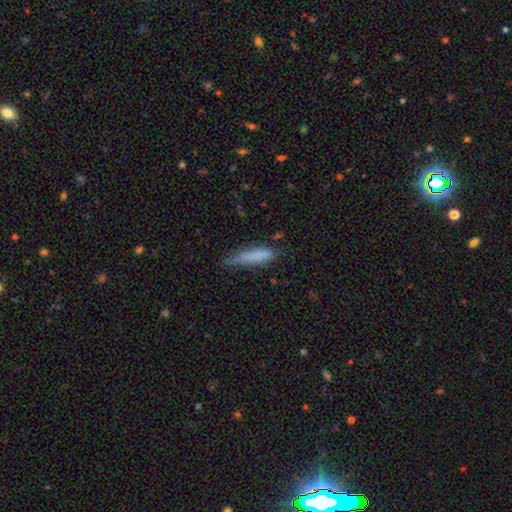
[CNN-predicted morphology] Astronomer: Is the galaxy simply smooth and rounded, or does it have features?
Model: smooth — 77%.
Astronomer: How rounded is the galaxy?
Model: cigar-shaped — 78%.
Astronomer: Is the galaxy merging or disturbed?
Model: none — 53% (runner-up: minor disturbance, 33%).